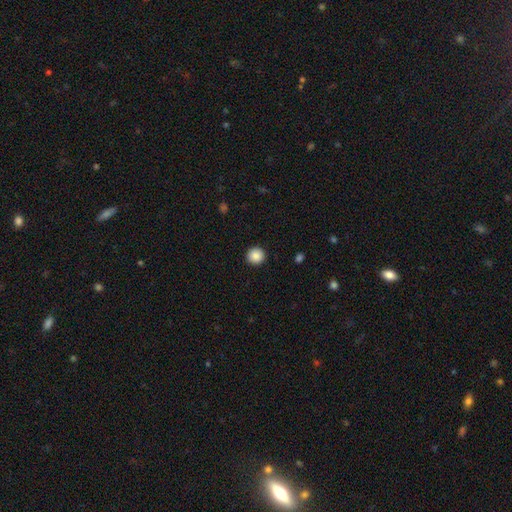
smooth_or_featured: smooth (p=0.90) [alt: star or artifact p=0.08]
how_rounded: round (p=0.97) [alt: cigar-shaped p=0.03]
merging: none (p=0.89) [alt: major disturbance p=0.06]